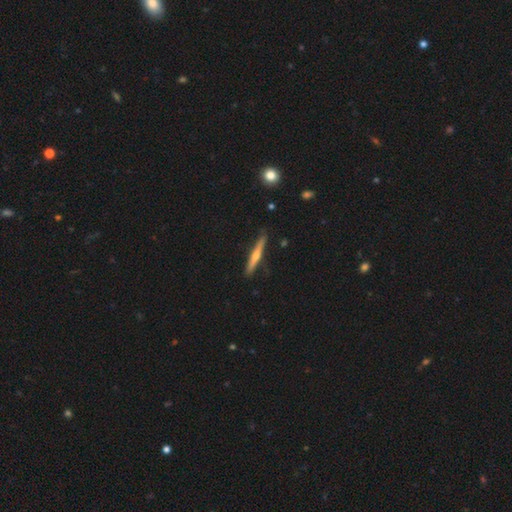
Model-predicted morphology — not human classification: The model was most divided on "smooth or featured": featured or disk: 63%, smooth: 31%, star or artifact: 6%. More confident: edge-on disk — yes (97%); merging — none (88%); edge-on bulge — rounded (78%).